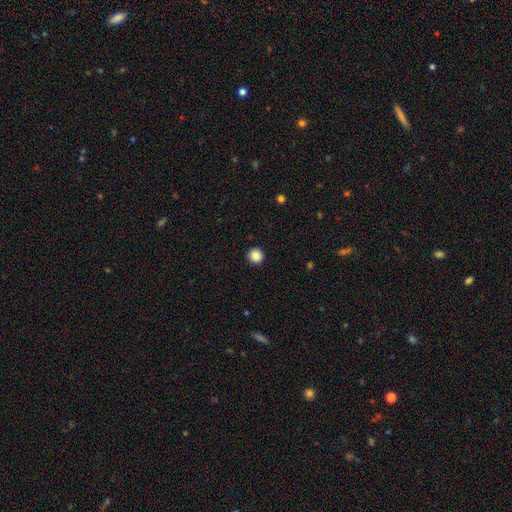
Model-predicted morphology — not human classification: A smooth galaxy with no disk features (87%) that is round (95%). Merging: none (93%).